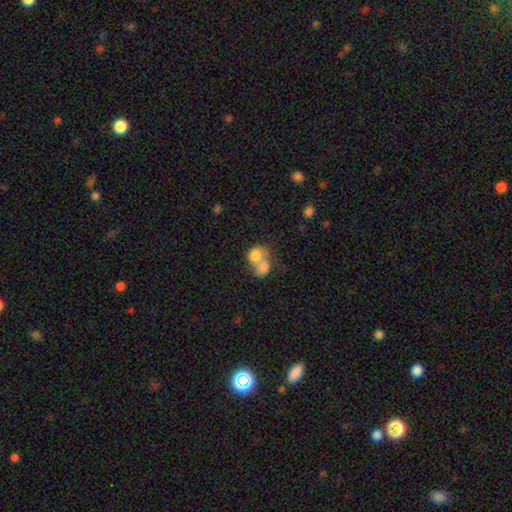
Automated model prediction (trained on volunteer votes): Smooth or featured?
  - smooth: 77% *
  - featured or disk: 15%
  - star or artifact: 8%
How rounded?
  - in between: 52% *
  - round: 47%
  - cigar-shaped: 1%
Merging?
  - merger: 74% *
  - none: 16%
  - minor disturbance: 6%
  - major disturbance: 5%